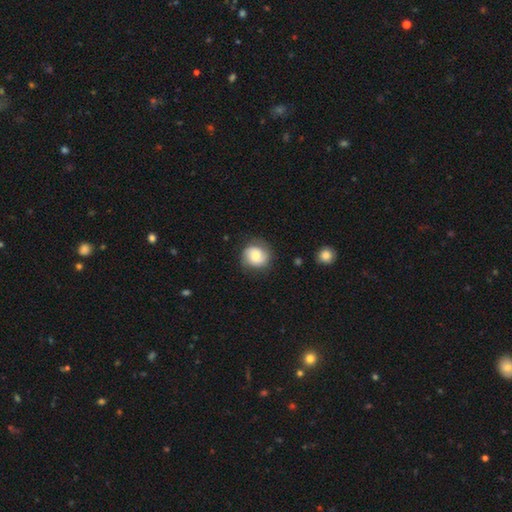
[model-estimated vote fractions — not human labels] Smooth or featured? Predicted: smooth (p=0.61). How rounded? Predicted: round (p=0.84). Merging? Predicted: none (p=0.77).